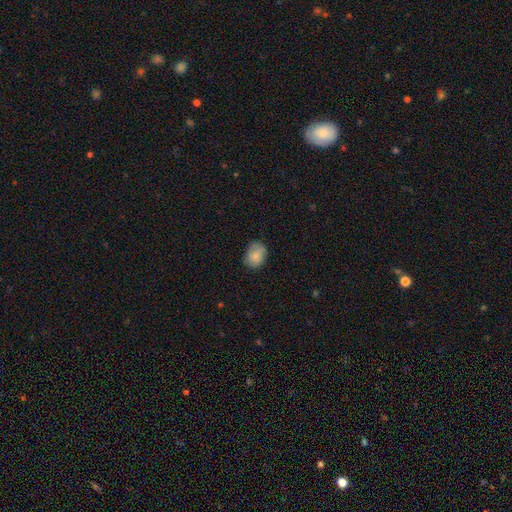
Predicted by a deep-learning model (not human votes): This is clearly a smooth galaxy (84%). How rounded: possibly in between (58%). Merging: likely none (71%).